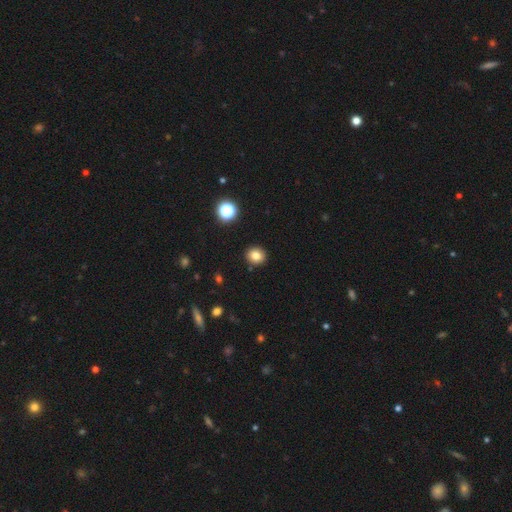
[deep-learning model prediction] Morphology: type=smooth (80%); roundness=round (80%); merging=none (90%).